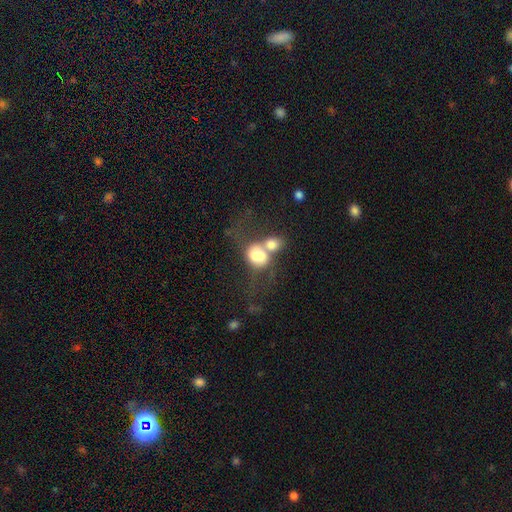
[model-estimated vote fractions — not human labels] A smooth galaxy with no disk features (67%) that is in between round and cigar-shaped (55%). Merging: merger (67%).